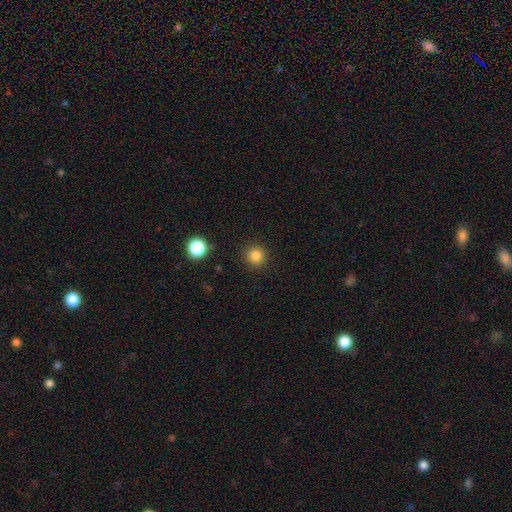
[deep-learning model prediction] A smooth galaxy with no disk features (84%) that is round (94%). Merging: none (91%).